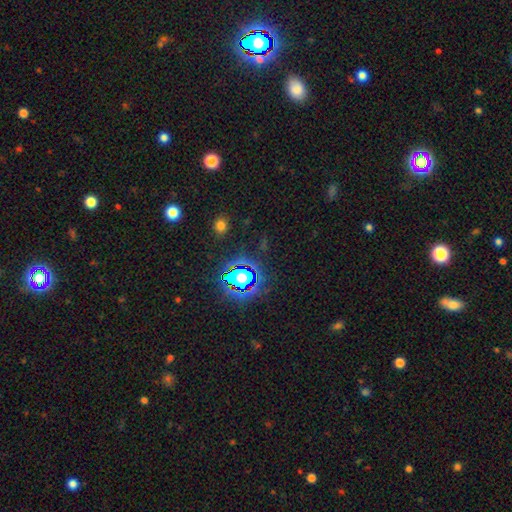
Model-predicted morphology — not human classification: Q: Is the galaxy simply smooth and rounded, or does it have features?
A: star or artifact — 79%.